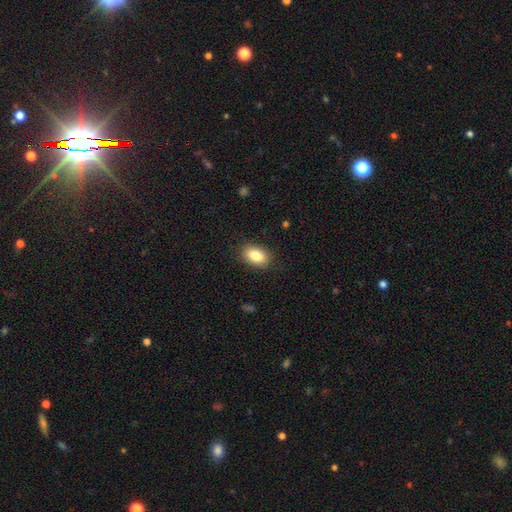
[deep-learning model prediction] Smooth or featured: smooth — 85% (featured or disk — 8%)
How rounded: in between — 90% (round — 8%)
Merging: none — 87% (minor disturbance — 10%)